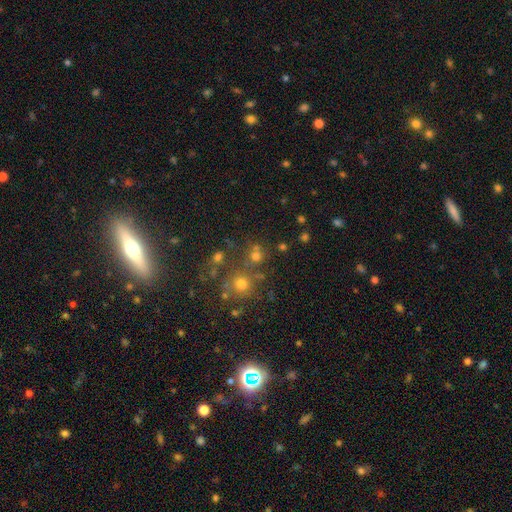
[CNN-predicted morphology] Overall: smooth (66%). How rounded: round (88%). Merging: none (66%).